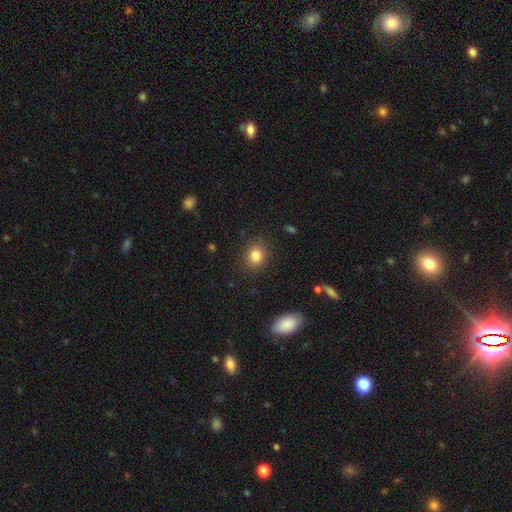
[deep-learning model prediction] Smooth or featured: smooth — 83% (star or artifact — 11%)
How rounded: round — 68% (in between — 31%)
Merging: none — 87% (minor disturbance — 9%)